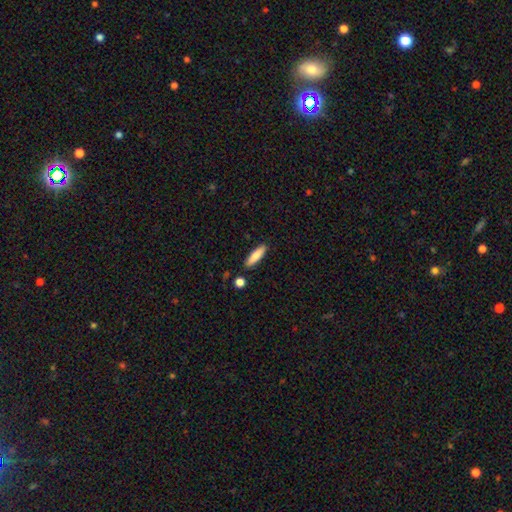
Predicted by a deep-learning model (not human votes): This is clearly a smooth galaxy (82%). How rounded: likely cigar-shaped (66%). Merging: clearly none (87%).